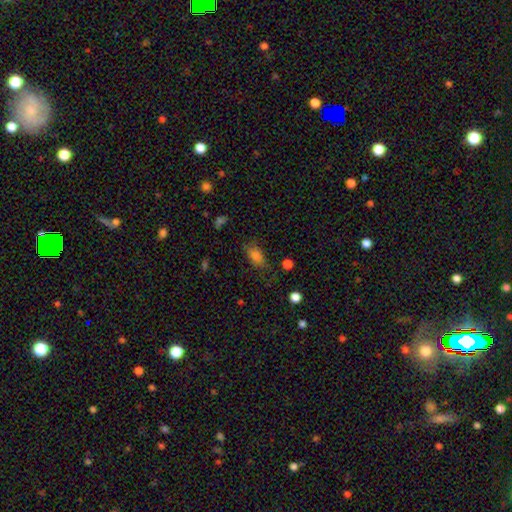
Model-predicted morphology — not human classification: This is likely a smooth galaxy (78%). How rounded: clearly in between (84%). Merging: likely none (66%).